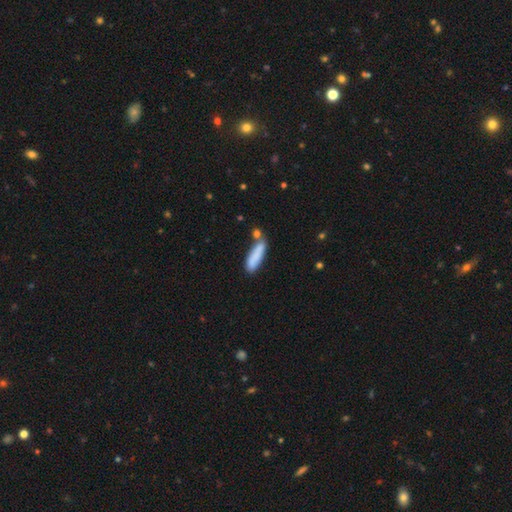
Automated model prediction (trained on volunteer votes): A smooth galaxy with no disk features (84%) that is cigar-shaped (67%). Merging: none (62%).